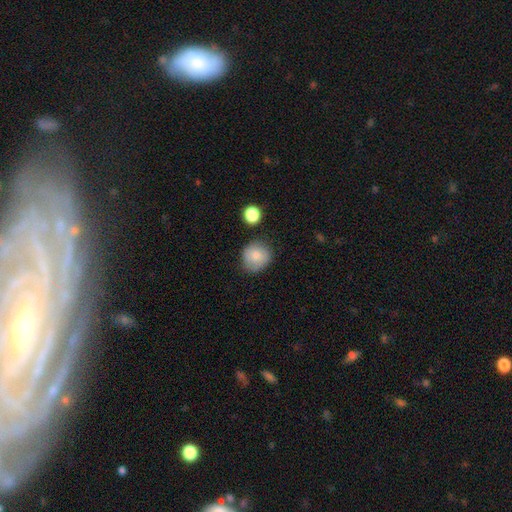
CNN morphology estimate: Overall: smooth (81%). How rounded: round (84%). Merging: none (73%).